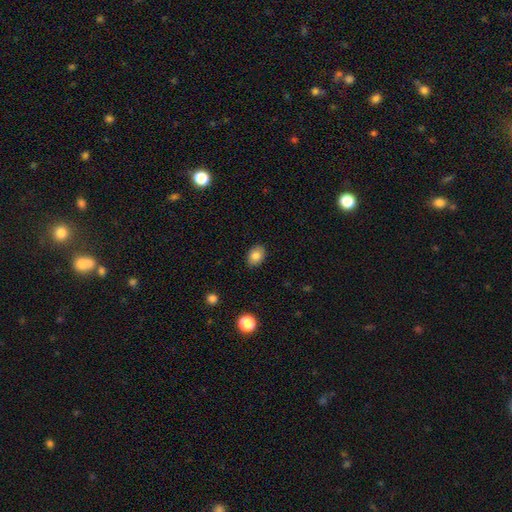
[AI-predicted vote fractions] Smooth or featured? Predicted: smooth (p=0.83). How rounded? Predicted: in between (p=0.75). Merging? Predicted: none (p=0.87).